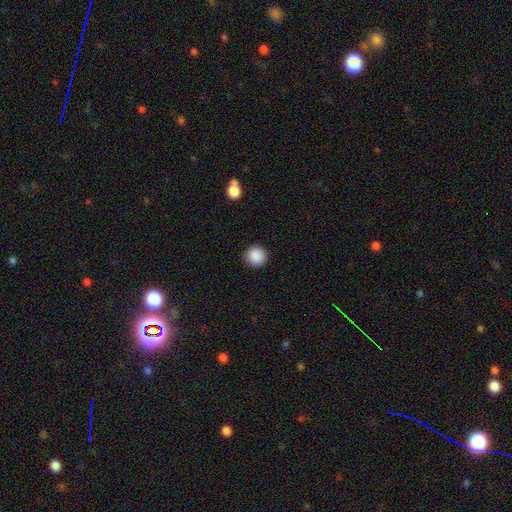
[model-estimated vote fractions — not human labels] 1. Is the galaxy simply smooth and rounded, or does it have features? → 89% smooth, 9% star or artifact, 3% featured or disk.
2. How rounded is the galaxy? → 95% round, 4% in between, 1% cigar-shaped.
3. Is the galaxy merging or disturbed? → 91% none, 6% minor disturbance, 2% major disturbance, 1% merger.